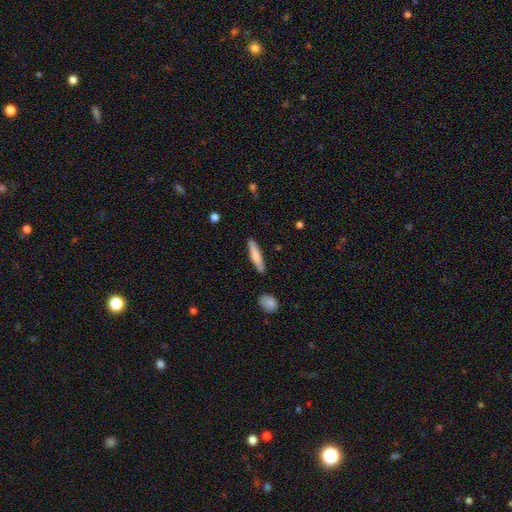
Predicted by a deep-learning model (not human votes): Smooth or featured: smooth — 76% (featured or disk — 19%)
How rounded: cigar-shaped — 86% (in between — 13%)
Merging: none — 86% (minor disturbance — 10%)